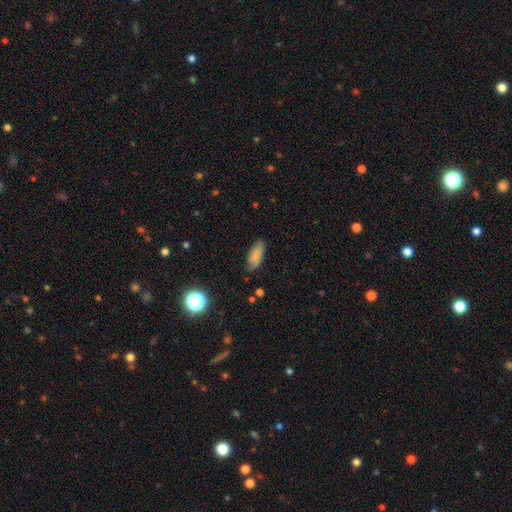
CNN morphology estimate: Q: Smooth or featured?
A: smooth (78%); runner-up: featured or disk (13%)
Q: How rounded?
A: in between (79%); runner-up: cigar-shaped (18%)
Q: Merging?
A: none (71%); runner-up: minor disturbance (23%)